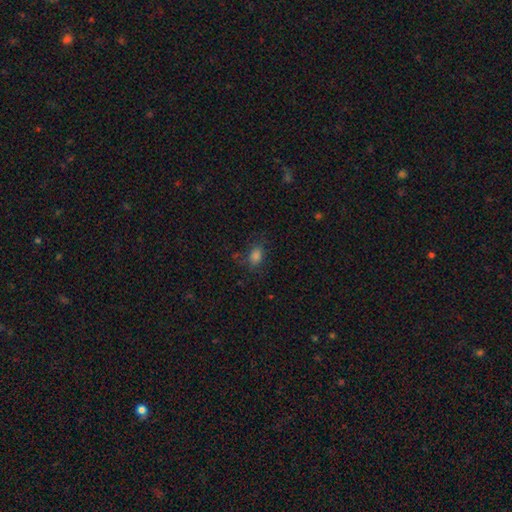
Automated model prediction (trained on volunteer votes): smooth 77%, star or artifact 16%, featured or disk 6%. Down the decision tree: how rounded — in between (75%); merging — none (70%).